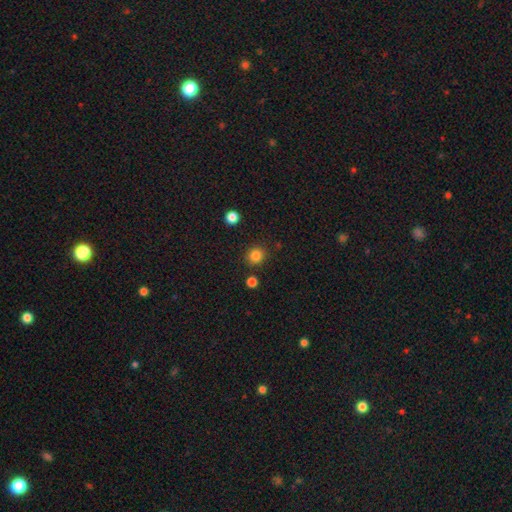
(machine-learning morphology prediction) Overall: smooth (83%). How rounded: round (90%). Merging: none (88%).